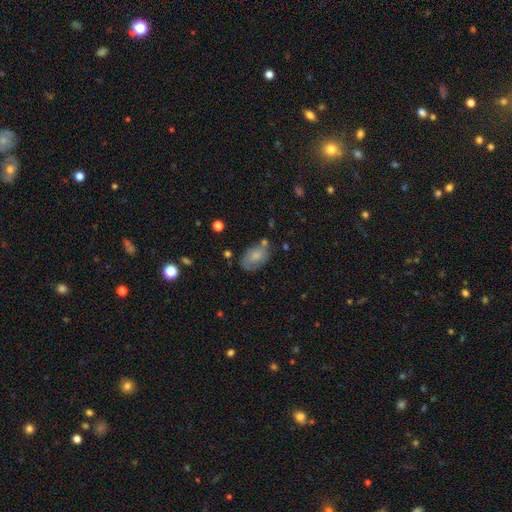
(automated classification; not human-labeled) The model was most divided on "merging": none: 61%, minor disturbance: 24%, merger: 8%, major disturbance: 7%. More confident: how rounded — in between (88%); smooth or featured — smooth (73%).